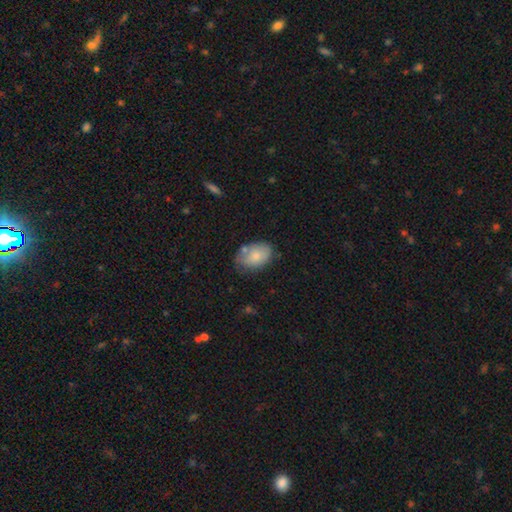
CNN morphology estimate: smooth 79%, featured or disk 15%, star or artifact 7%. Down the decision tree: how rounded — in between (87%); merging — none (62%).